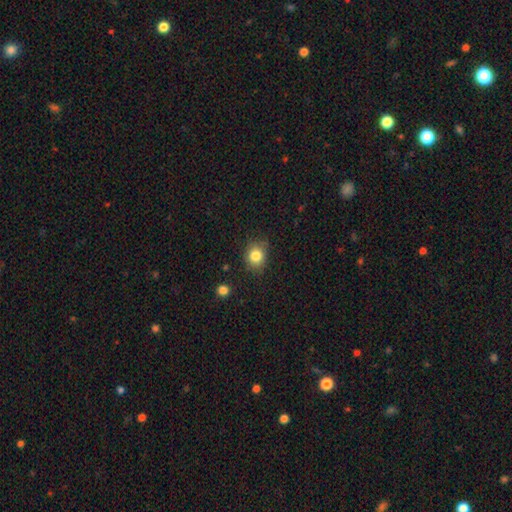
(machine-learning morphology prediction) Overall: smooth (83%). How rounded: round (72%). Merging: none (79%).